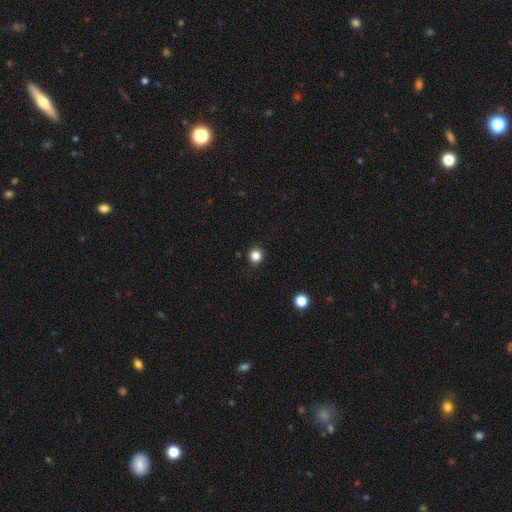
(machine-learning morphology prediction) This appears to be a smooth galaxy with no disk features (84%) that is round (94%). Merging: none (92%).